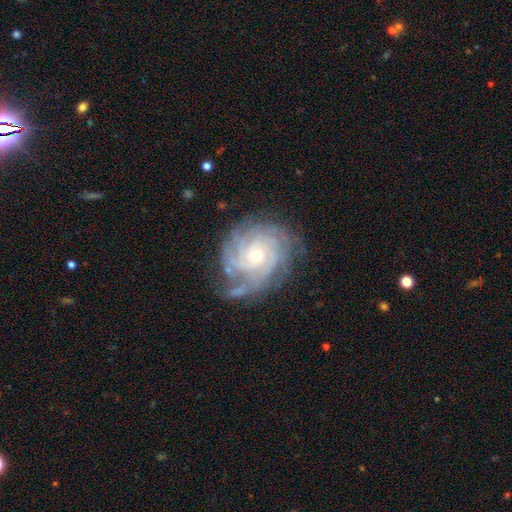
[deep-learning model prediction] A featured or disk galaxy (87%) with no bar (76%), 4 (29%) tight (77%) spiral arms (97%) and a small central bulge (66%).

Vote fractions:
- Smooth or featured? featured or disk: 87% / smooth: 7% / star or artifact: 6%
- Edge-on disk? no: 97% / yes: 3%
- Bar? no: 76% / weak: 20% / strong: 5%
- Spiral arms? yes: 97% / no: 3%
- Spiral winding? tight: 77% / medium: 20% / loose: 4%
- Spiral arm count? 4: 29% / can't tell: 25% / more than 4: 19% / 3: 13% / 2: 8% / 1: 6%
- Bulge size? small: 66% / moderate: 30% / large: 2% / none: 1% / dominant: 1%
- Merging? none: 71% / minor disturbance: 19% / major disturbance: 8% / merger: 2%